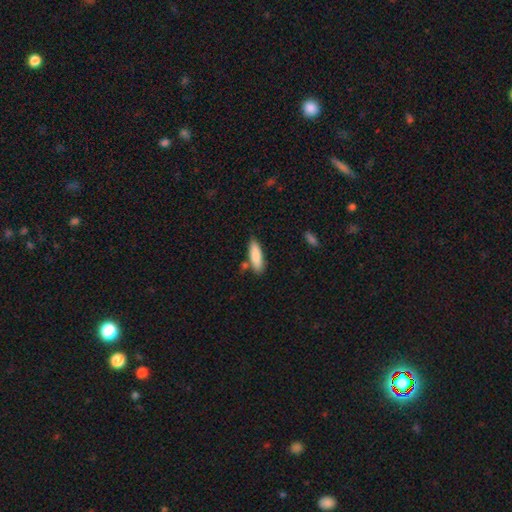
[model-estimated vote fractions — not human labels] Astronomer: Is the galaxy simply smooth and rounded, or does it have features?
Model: smooth — 84%.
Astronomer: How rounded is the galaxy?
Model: cigar-shaped — 53% (runner-up: in between, 46%).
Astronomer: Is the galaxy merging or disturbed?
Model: none — 78%.